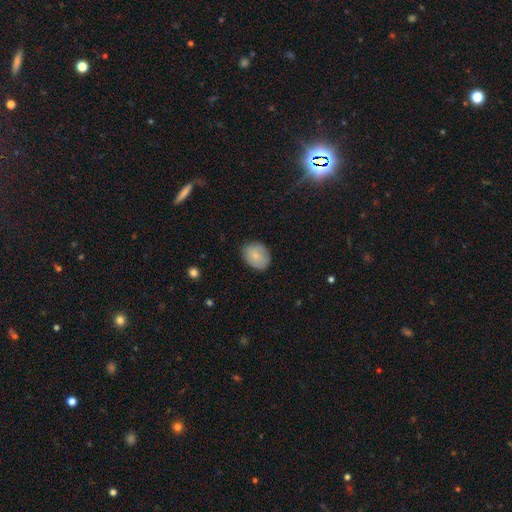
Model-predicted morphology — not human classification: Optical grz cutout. It shows a smooth galaxy with no disk features (80%) that is in between round and cigar-shaped (59%). Merging: none (79%).